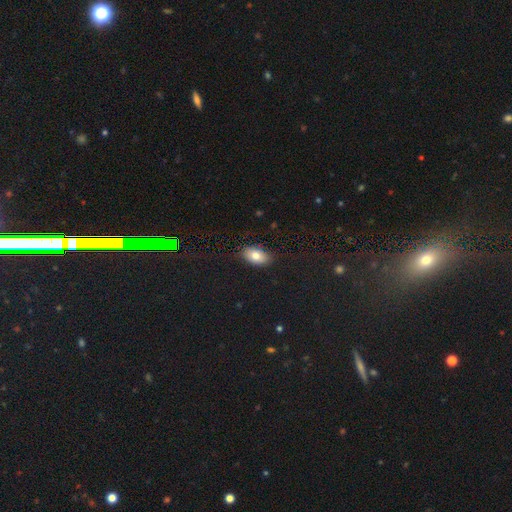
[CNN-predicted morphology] A smooth galaxy with no disk features (80%) that is in between round and cigar-shaped (91%). Merging: none (83%).